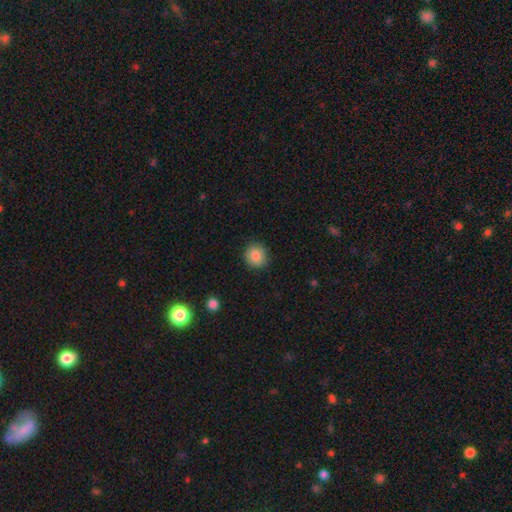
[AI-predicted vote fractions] A smooth galaxy with no disk features (86%) that is round (87%).

Vote fractions:
- Smooth or featured? smooth: 86% / star or artifact: 9% / featured or disk: 5%
- How rounded? round: 87% / in between: 12% / cigar-shaped: 1%
- Merging? none: 89% / minor disturbance: 8% / major disturbance: 2% / merger: 1%